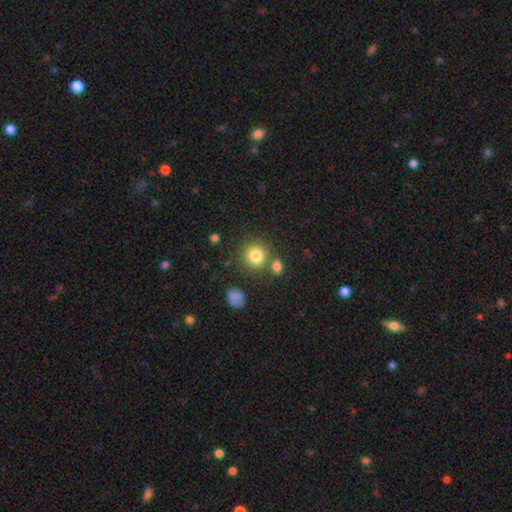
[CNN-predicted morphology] smooth 81%, star or artifact 11%, featured or disk 7%. Down the decision tree: how rounded — round (90%); merging — none (73%).